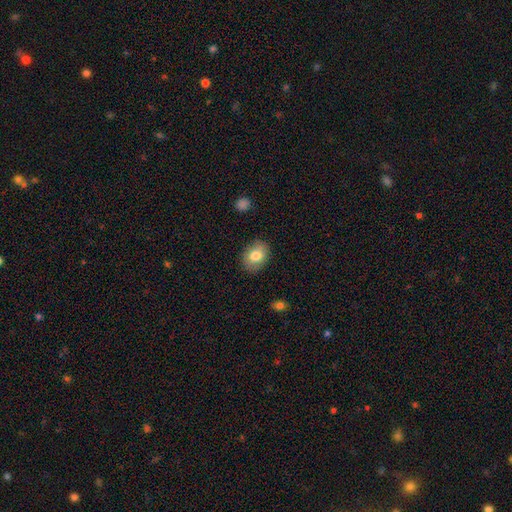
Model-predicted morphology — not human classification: This is likely a smooth galaxy (79%). How rounded: likely in between (70%). Merging: clearly none (85%).